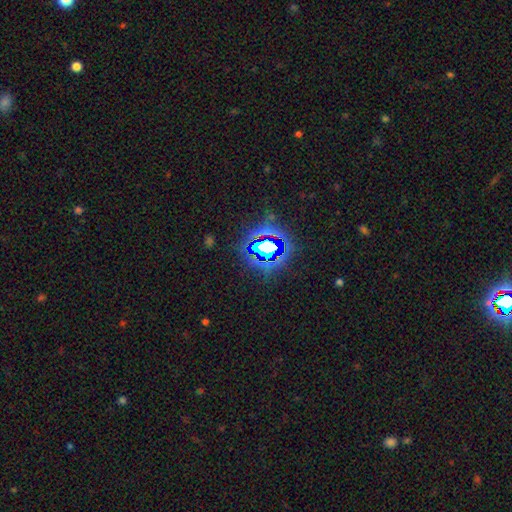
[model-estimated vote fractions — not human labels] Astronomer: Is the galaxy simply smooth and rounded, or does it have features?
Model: star or artifact — 83%.